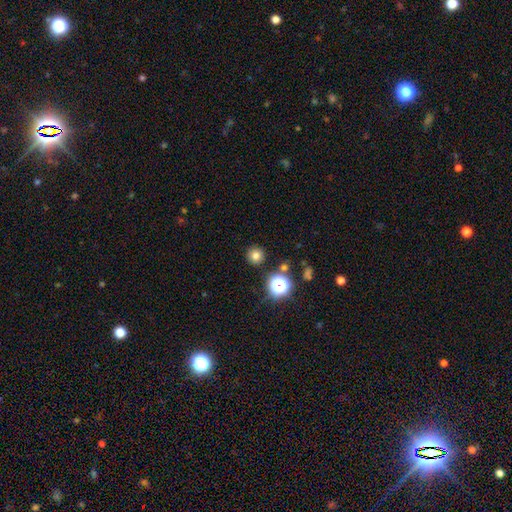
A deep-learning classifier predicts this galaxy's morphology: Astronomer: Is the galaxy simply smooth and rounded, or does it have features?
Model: smooth — 77%.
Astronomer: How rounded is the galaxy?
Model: round — 95%.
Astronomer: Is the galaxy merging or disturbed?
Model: none — 90%.